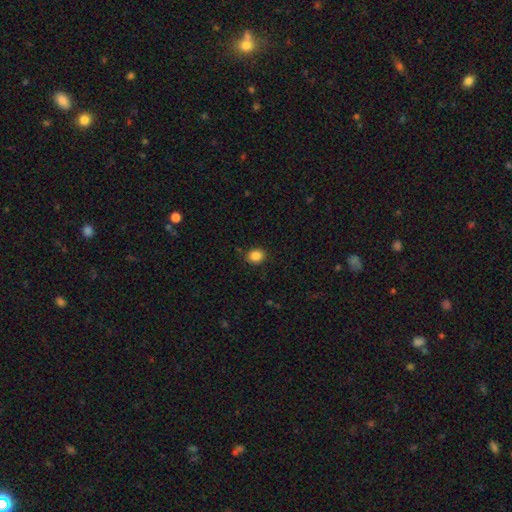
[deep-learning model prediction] smooth-or-featured: smooth: 87% | star or artifact: 10% | featured or disk: 3%
  how-rounded: round: 66% | in between: 33% | cigar-shaped: 1%
  merging: none: 88% | minor disturbance: 8% | major disturbance: 2% | merger: 1%